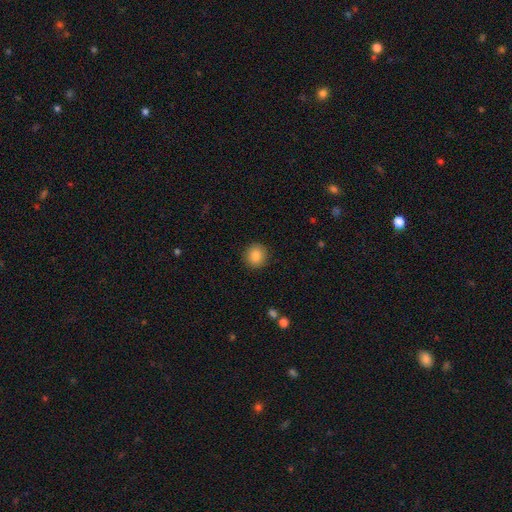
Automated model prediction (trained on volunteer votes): Morphology: type=smooth (86%); roundness=round (90%); merging=none (91%).